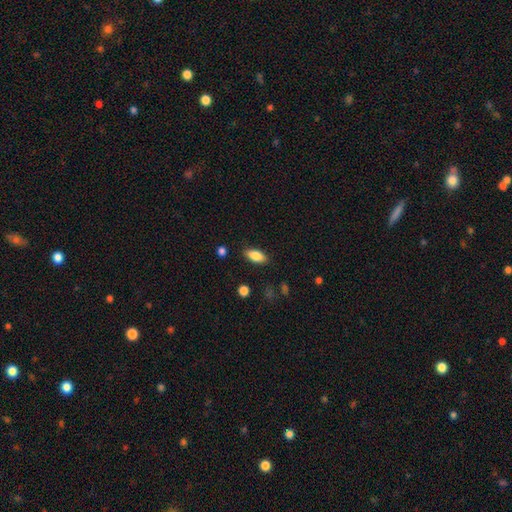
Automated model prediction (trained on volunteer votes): smooth-or-featured: smooth: 84% | featured or disk: 9% | star or artifact: 7%
  how-rounded: in between: 87% | cigar-shaped: 11% | round: 3%
  merging: none: 86% | minor disturbance: 11% | major disturbance: 3% | merger: 1%